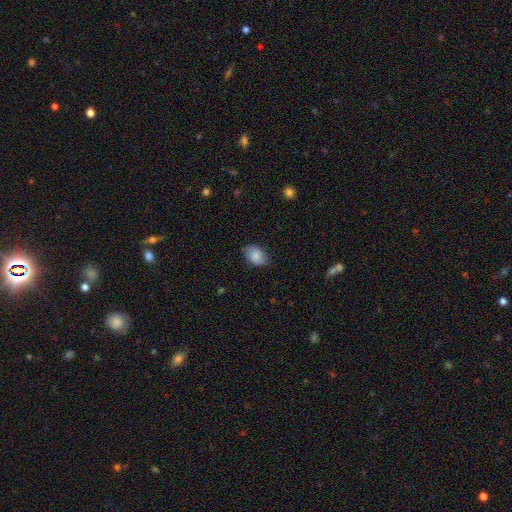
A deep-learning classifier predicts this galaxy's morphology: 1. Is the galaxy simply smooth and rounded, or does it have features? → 82% smooth, 11% featured or disk, 7% star or artifact.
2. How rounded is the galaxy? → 85% in between, 14% round, 1% cigar-shaped.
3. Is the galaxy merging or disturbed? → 76% none, 19% minor disturbance, 4% major disturbance, 1% merger.